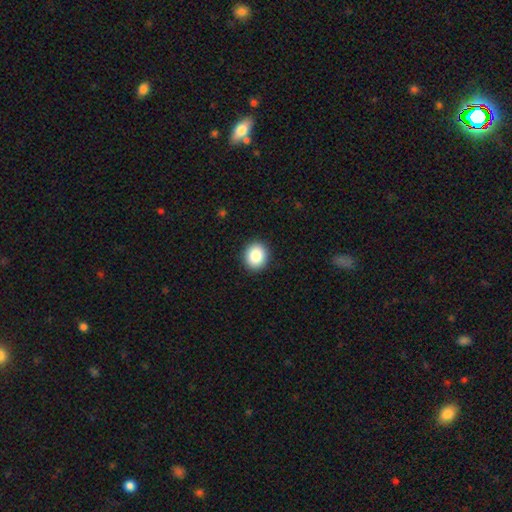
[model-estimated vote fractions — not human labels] Smooth or featured? Predicted: smooth (p=0.86). How rounded? Predicted: round (p=0.77). Merging? Predicted: none (p=0.92).